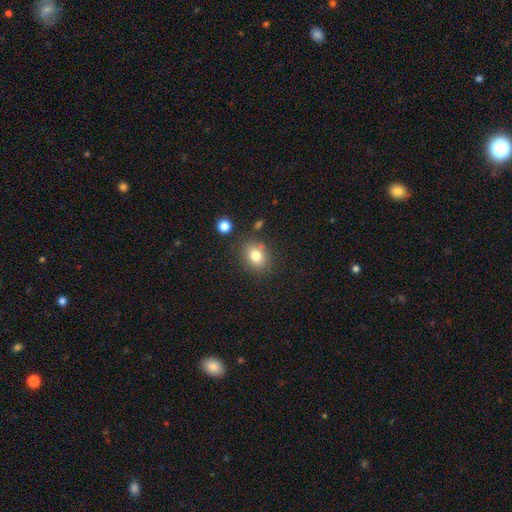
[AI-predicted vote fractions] Morphology: type=smooth (80%); roundness=round (56%); merging=none (79%).